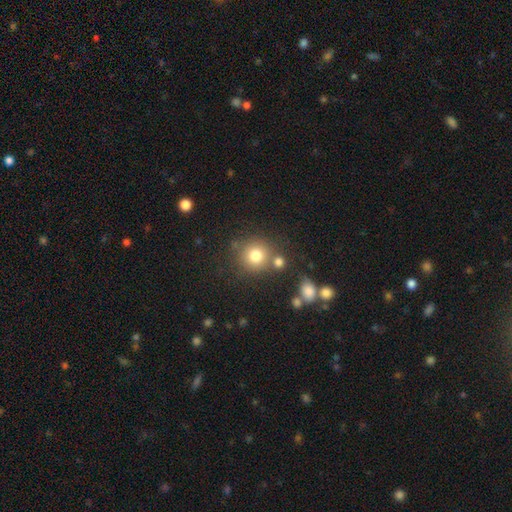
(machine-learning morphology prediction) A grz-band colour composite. It shows a smooth galaxy with no disk features (77%) that is round (91%). Merging: none (71%).